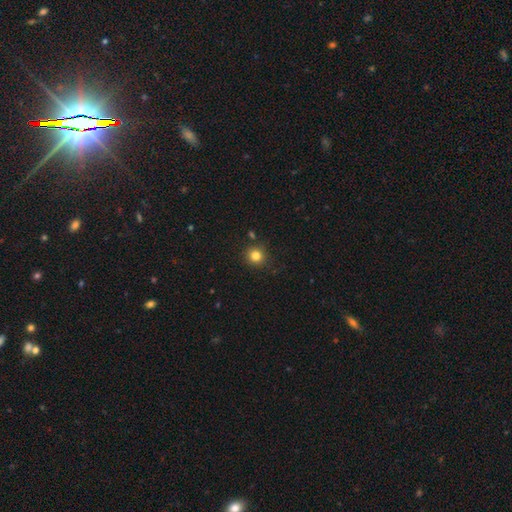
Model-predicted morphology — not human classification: Smooth or featured? Predicted: smooth (p=0.82). How rounded? Predicted: round (p=0.91). Merging? Predicted: none (p=0.87).